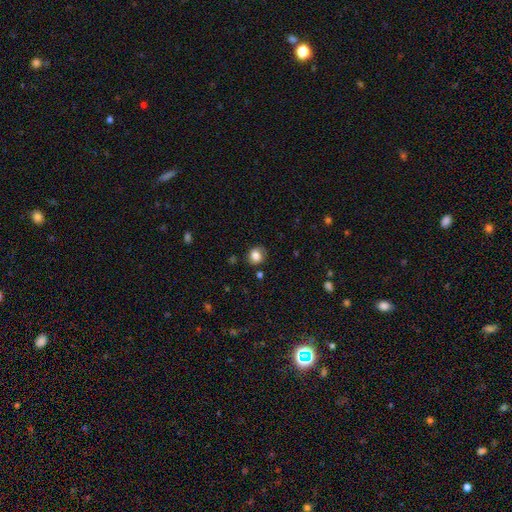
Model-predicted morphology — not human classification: Smooth or featured? Predicted: smooth (p=0.81). How rounded? Predicted: round (p=0.71). Merging? Predicted: none (p=0.75).